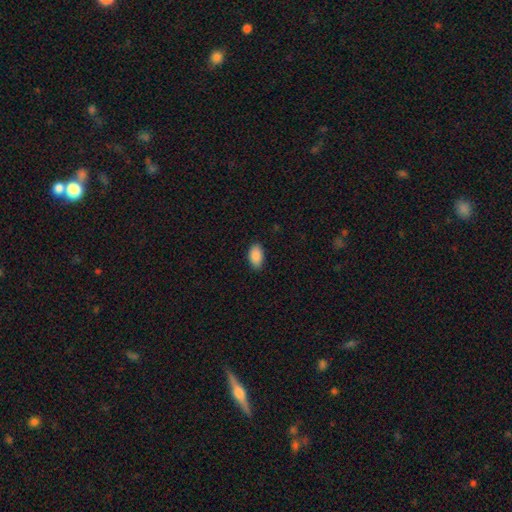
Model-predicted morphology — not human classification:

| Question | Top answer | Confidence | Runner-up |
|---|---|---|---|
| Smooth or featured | smooth | 90% | star or artifact (7%) |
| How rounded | in between | 94% | round (4%) |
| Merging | none | 87% | minor disturbance (9%) |